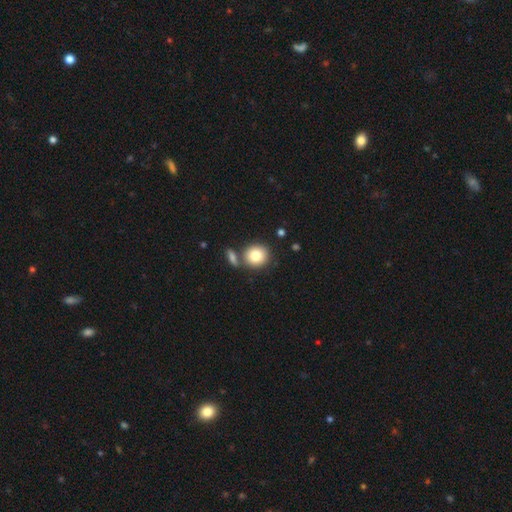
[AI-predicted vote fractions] smooth-or-featured: smooth: 81% | featured or disk: 11% | star or artifact: 9%
  how-rounded: round: 84% | in between: 15% | cigar-shaped: 1%
  merging: none: 67% | merger: 20% | minor disturbance: 10% | major disturbance: 3%